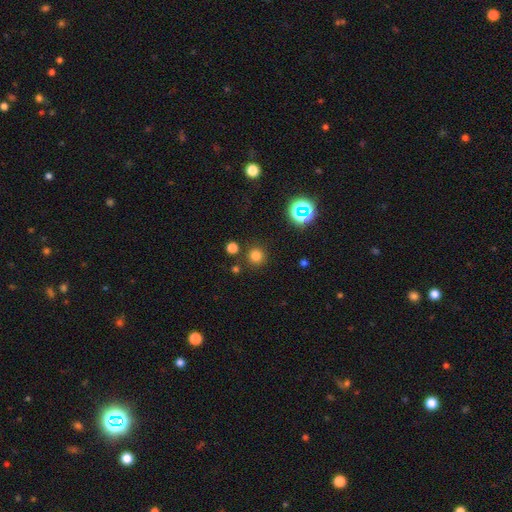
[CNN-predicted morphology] The model was most divided on "smooth or featured": smooth: 74%, star or artifact: 21%, featured or disk: 5%. More confident: how rounded — round (94%); merging — none (85%).